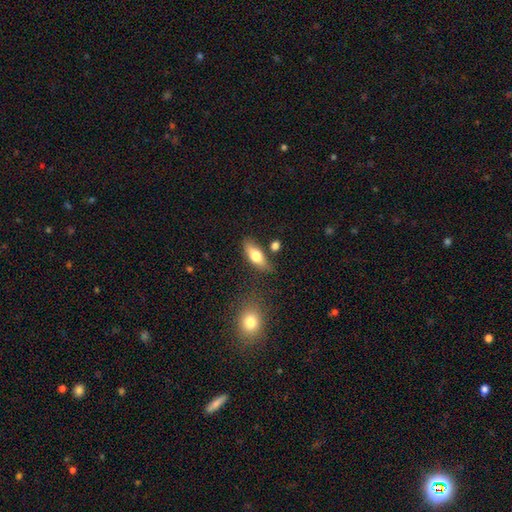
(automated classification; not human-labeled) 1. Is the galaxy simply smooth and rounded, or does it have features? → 69% smooth, 25% featured or disk, 7% star or artifact.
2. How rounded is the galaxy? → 71% in between, 25% cigar-shaped, 4% round.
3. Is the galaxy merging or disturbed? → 74% none, 15% minor disturbance, 7% merger, 4% major disturbance.